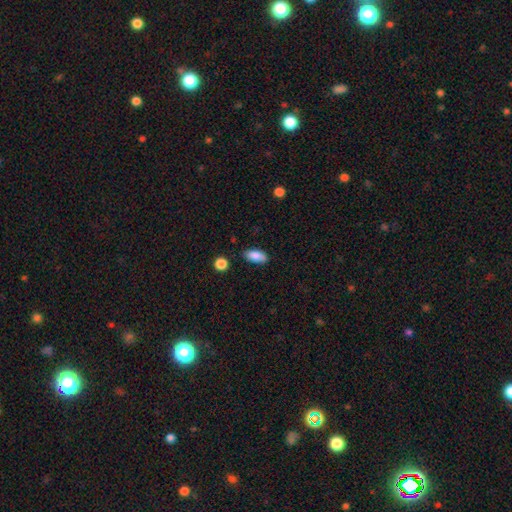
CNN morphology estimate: smooth_or_featured: smooth (p=0.86) [alt: star or artifact p=0.07]
how_rounded: in between (p=0.87) [alt: cigar-shaped p=0.10]
merging: none (p=0.80) [alt: minor disturbance p=0.15]